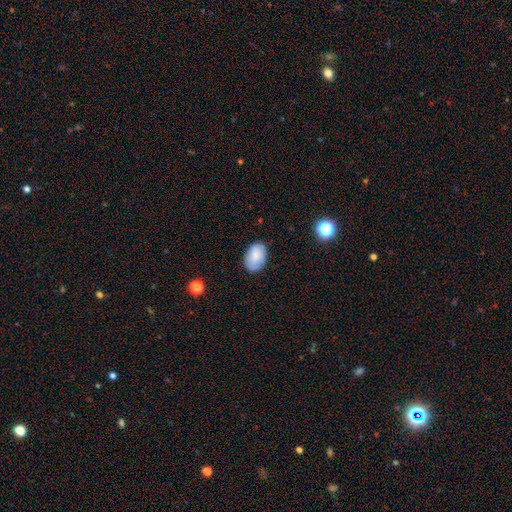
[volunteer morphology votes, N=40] Smooth or featured: smooth — 85% (featured or disk — 8%)
How rounded: in between — 76% (round — 24%)
Merging: none — 78% (minor disturbance — 16%)